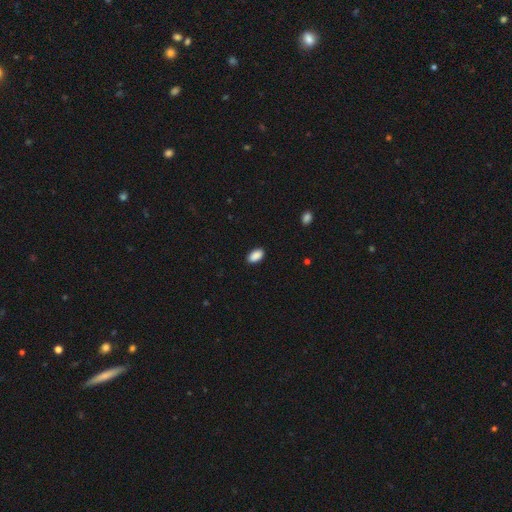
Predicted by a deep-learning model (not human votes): Smooth or featured? smooth (90%)
How rounded? in between (94%)
Merging? none (88%)